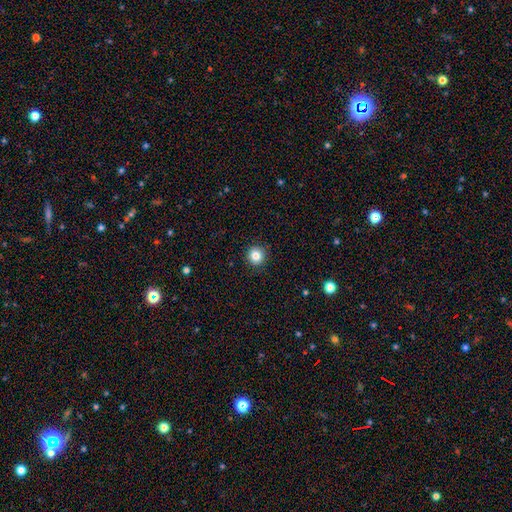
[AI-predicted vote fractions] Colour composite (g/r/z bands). It shows a smooth galaxy with no disk features (84%) that is round (95%). Merging: none (93%).